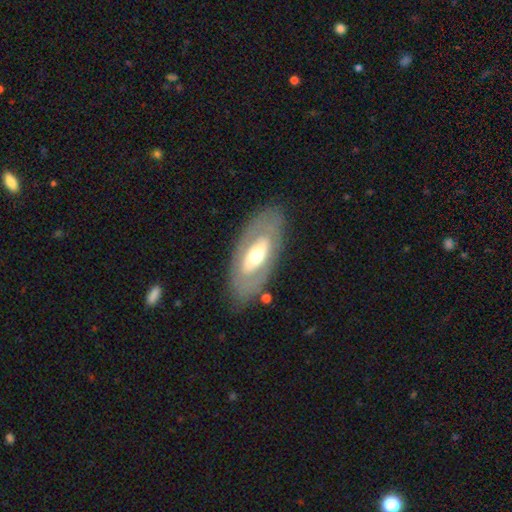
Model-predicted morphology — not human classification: smooth-or-featured: featured or disk: 61% | smooth: 34% | star or artifact: 5%
  disk-edge-on: no: 85% | yes: 15%
    bar: no: 60% | weak: 21% | strong: 18%
    has-spiral-arms: no: 80% | yes: 20%
    bulge-size: moderate: 65% | large: 18% | small: 14% | dominant: 2% | none: 1%
  merging: none: 80% | minor disturbance: 12% | major disturbance: 6% | merger: 2%